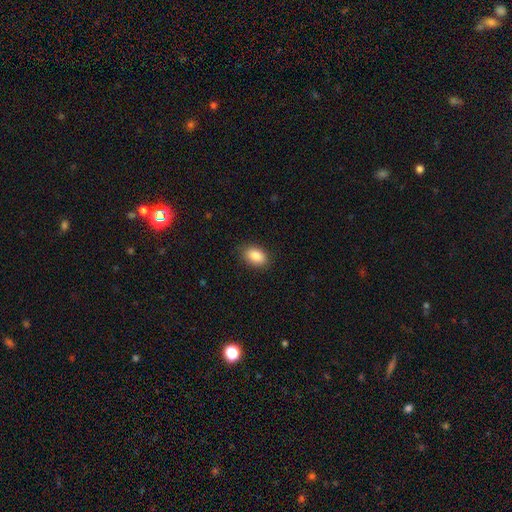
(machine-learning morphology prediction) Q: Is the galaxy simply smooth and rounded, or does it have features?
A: smooth — 87%.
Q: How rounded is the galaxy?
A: in between — 88%.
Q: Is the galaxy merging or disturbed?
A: none — 86%.